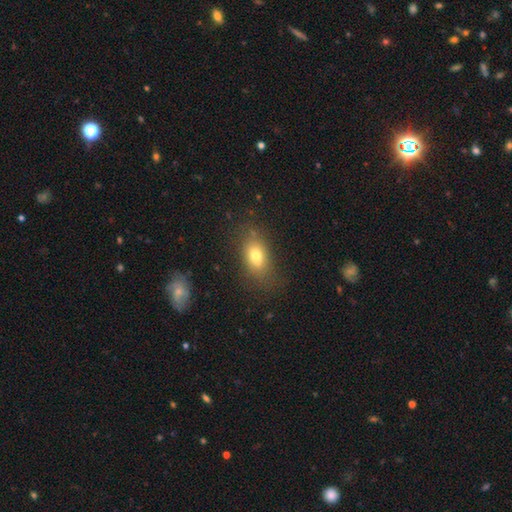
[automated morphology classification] smooth-or-featured: smooth: 73% | featured or disk: 15% | star or artifact: 12%
  how-rounded: in between: 80% | round: 16% | cigar-shaped: 4%
  merging: none: 71% | minor disturbance: 17% | major disturbance: 7% | merger: 4%